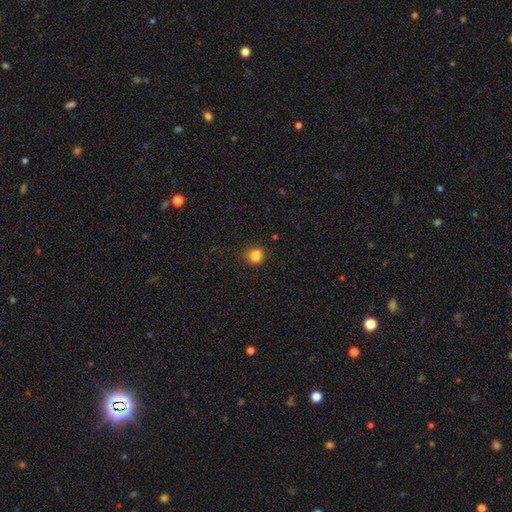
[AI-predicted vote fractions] Smooth or featured? smooth (85%)
How rounded? round (80%)
Merging? none (75%)